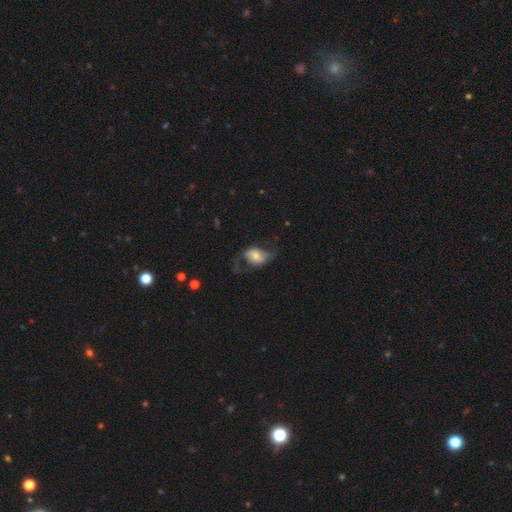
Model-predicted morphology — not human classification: Overall: featured or disk (51%; smooth 41%). Edge-on disk: no (94%). Merging: none (49%; major disturbance 26%).